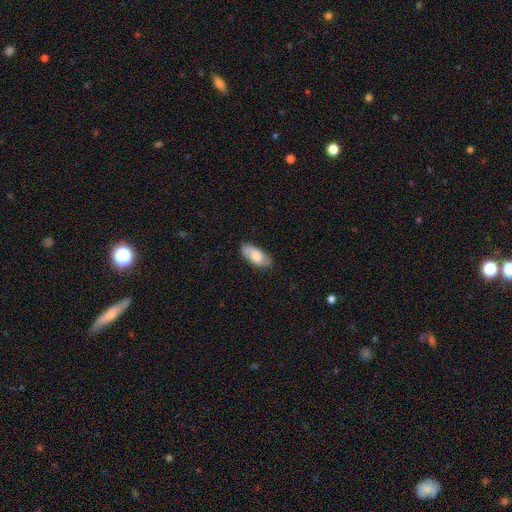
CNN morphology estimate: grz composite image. It shows a smooth galaxy with no disk features (65%) that is in between round and cigar-shaped (88%). Merging: none (78%).